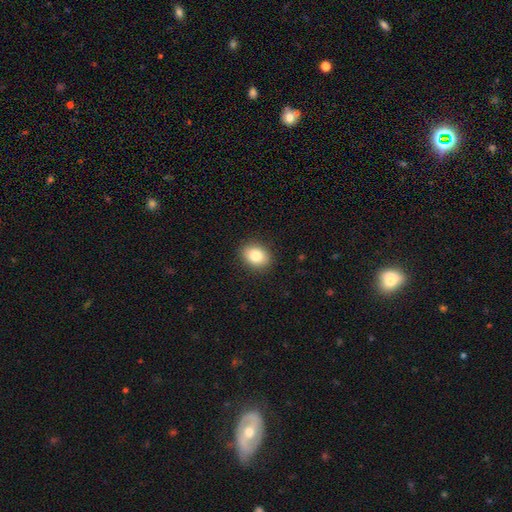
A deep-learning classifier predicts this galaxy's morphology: Q: Smooth or featured?
A: smooth (84%); runner-up: star or artifact (8%)
Q: How rounded?
A: in between (65%); runner-up: round (34%)
Q: Merging?
A: none (89%); runner-up: minor disturbance (8%)